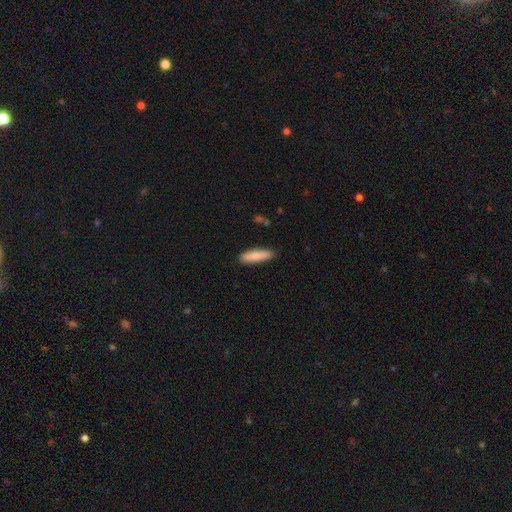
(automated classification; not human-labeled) Q: Smooth or featured?
A: smooth (78%); runner-up: featured or disk (16%)
Q: How rounded?
A: cigar-shaped (74%); runner-up: in between (24%)
Q: Merging?
A: none (86%); runner-up: minor disturbance (11%)